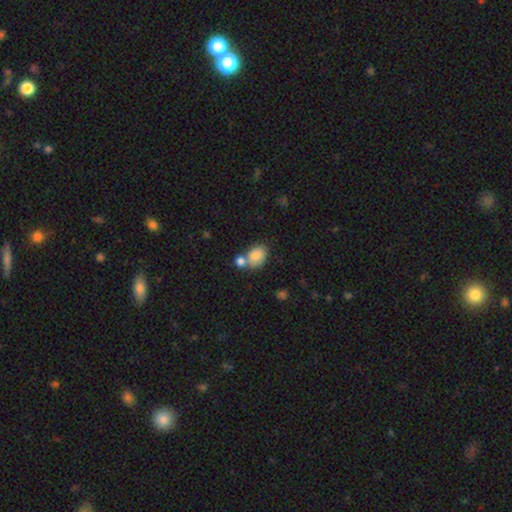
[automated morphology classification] type=smooth (84%); roundness=in between (73%); merging=none (44%).